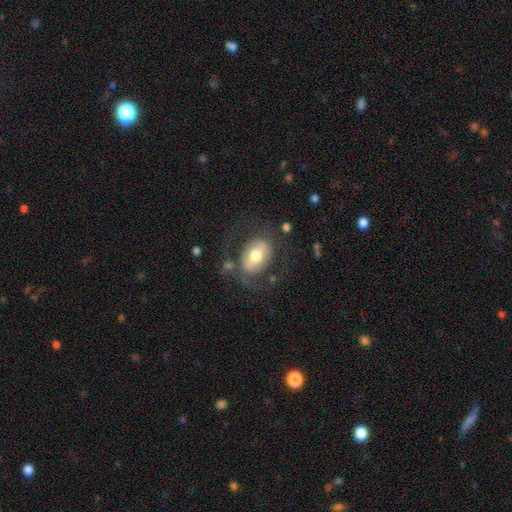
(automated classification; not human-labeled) A featured or disk galaxy (49%). Merging: none (64%).